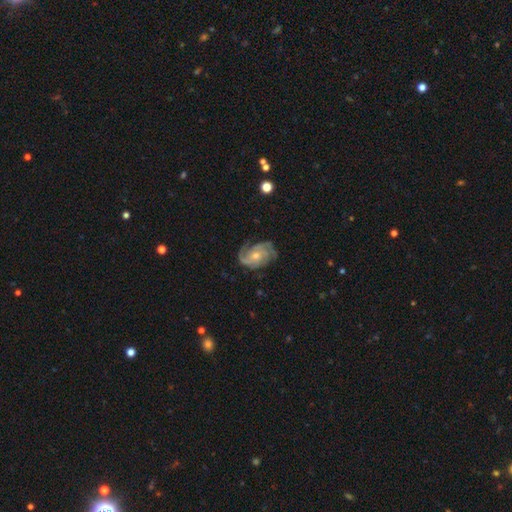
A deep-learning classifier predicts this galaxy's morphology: This is clearly a featured or disk galaxy (85%). It is clearly not viewed edge-on (97%). Bar: likely no (74%). Spiral arm pattern: clearly yes (97%). Spiral arm count: marginally 3 (42%). Spiral winding: possibly tight (56%). Central bulge: possibly moderate (48%, tied with small). Merging: likely none (74%).